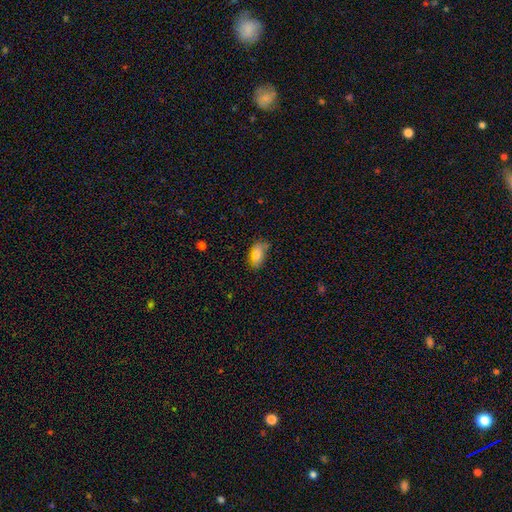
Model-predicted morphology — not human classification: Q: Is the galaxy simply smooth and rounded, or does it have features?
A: smooth — 75%.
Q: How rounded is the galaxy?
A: in between — 85%.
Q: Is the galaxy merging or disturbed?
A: none — 57%.